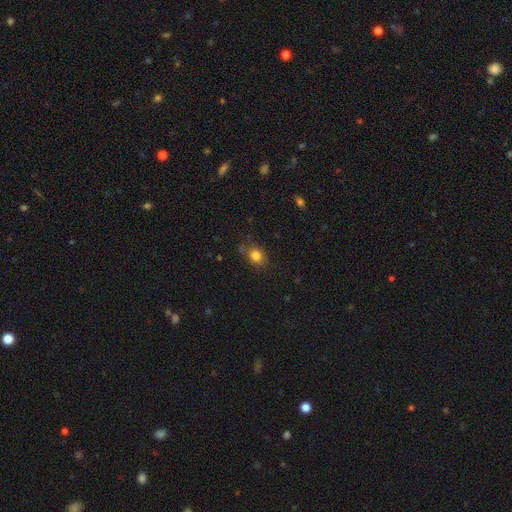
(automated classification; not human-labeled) smooth-or-featured: smooth: 82% | star or artifact: 12% | featured or disk: 7%
  how-rounded: round: 58% | in between: 41% | cigar-shaped: 1%
  merging: none: 77% | minor disturbance: 15% | merger: 4% | major disturbance: 4%